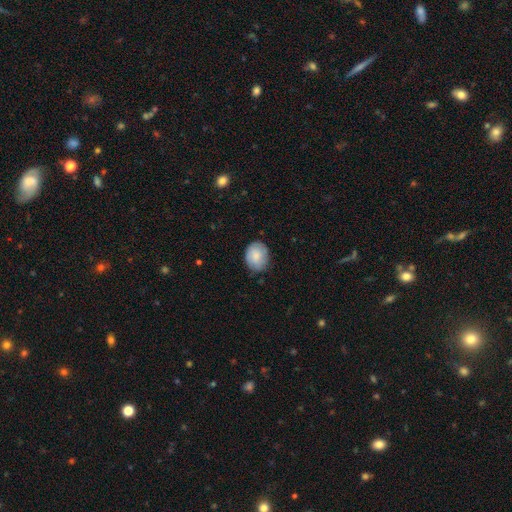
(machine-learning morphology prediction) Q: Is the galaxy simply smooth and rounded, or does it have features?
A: smooth — 80%.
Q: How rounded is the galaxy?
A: round — 53%.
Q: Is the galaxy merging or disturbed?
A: none — 74%.